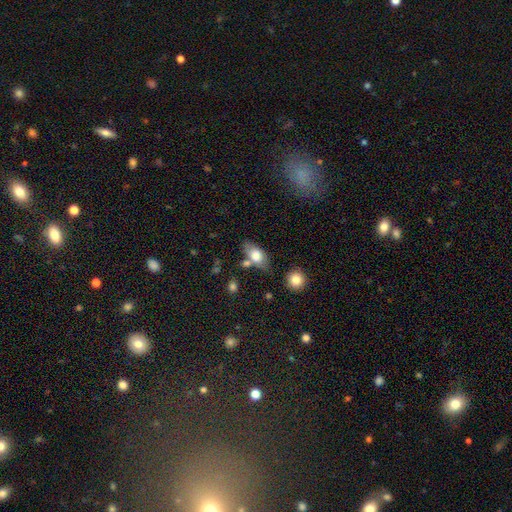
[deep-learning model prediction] Smooth or featured?
  - smooth: 74% *
  - featured or disk: 19%
  - star or artifact: 7%
How rounded?
  - in between: 88% *
  - round: 6%
  - cigar-shaped: 6%
Merging?
  - none: 62% *
  - minor disturbance: 18%
  - merger: 15%
  - major disturbance: 5%